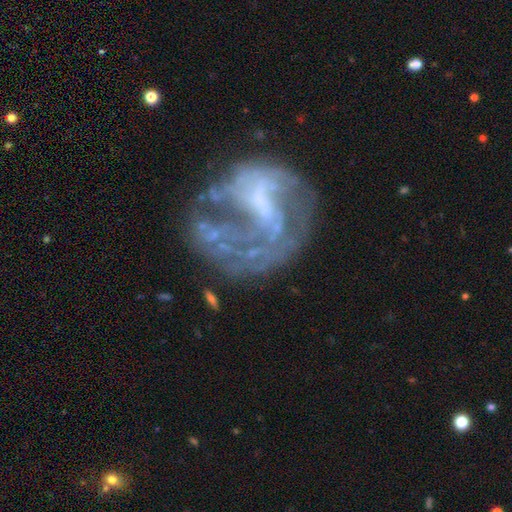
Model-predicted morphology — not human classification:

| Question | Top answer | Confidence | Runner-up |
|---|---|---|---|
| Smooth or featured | featured or disk | 74% | smooth (14%) |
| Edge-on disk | no | 98% | yes (2%) |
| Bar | no | 53% | weak (34%) |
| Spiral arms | yes | 54% | no (46%) |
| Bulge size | none | 55% | small (22%) |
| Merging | none | 40% | major disturbance (37%) |